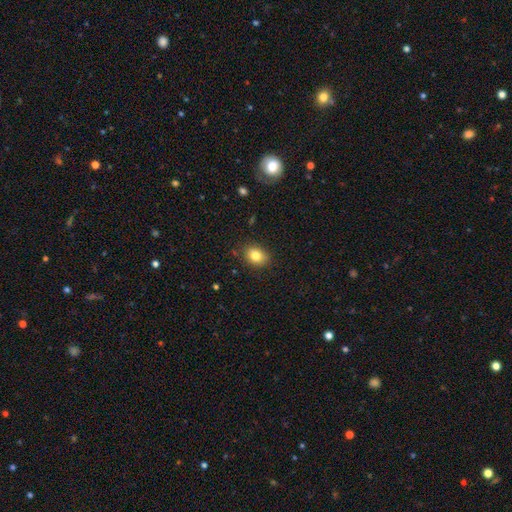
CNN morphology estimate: A smooth galaxy with no disk features (82%) that is in between round and cigar-shaped (65%). Merging: none (86%).